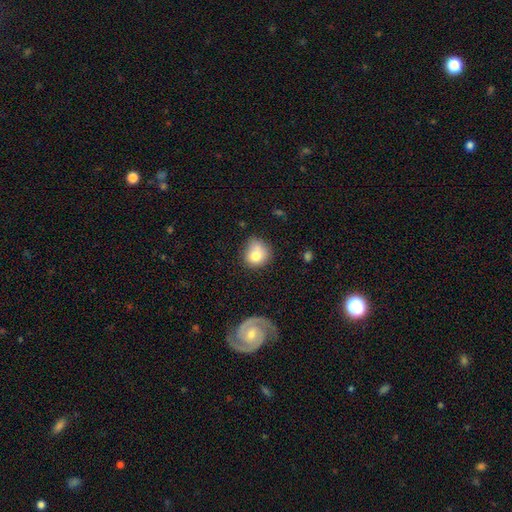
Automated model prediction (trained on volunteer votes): The model was most divided on "merging": none: 51%, minor disturbance: 28%, major disturbance: 11%, merger: 10%. More confident: how rounded — round (78%); smooth or featured — smooth (77%).